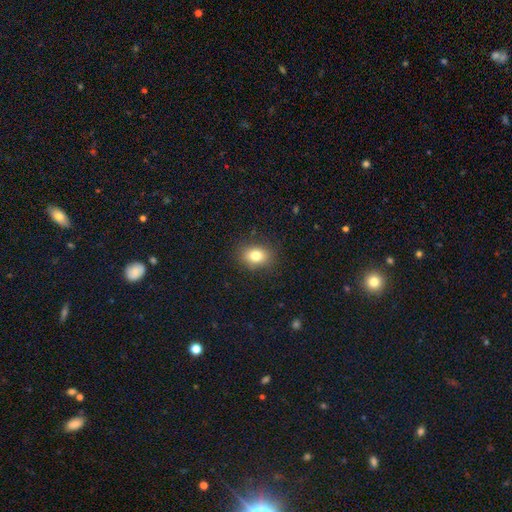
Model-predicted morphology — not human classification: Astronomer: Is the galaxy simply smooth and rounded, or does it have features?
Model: smooth — 80%.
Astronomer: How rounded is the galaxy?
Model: in between — 62%.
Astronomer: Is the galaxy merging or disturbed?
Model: none — 86%.